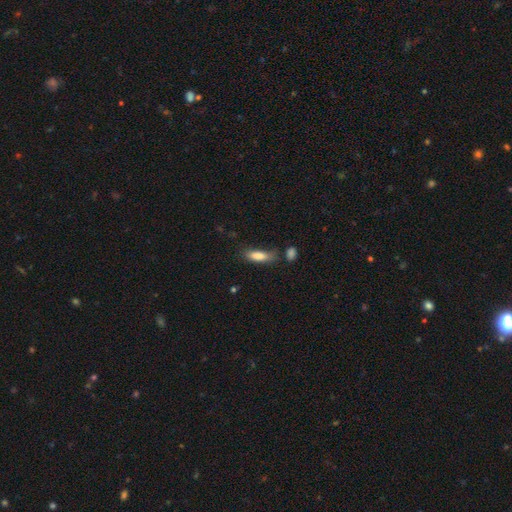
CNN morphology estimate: This is likely a smooth galaxy (77%). How rounded: possibly cigar-shaped (52%). Merging: likely none (65%).